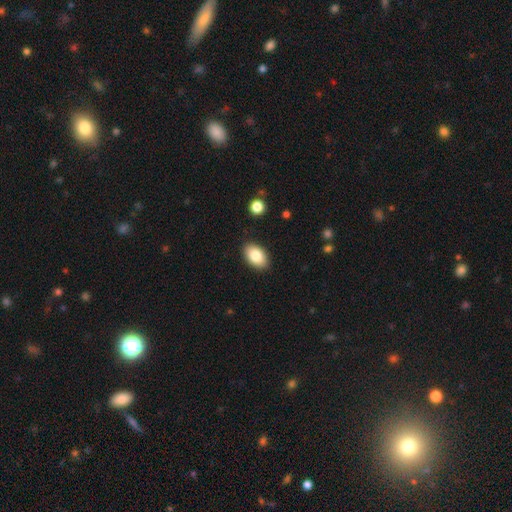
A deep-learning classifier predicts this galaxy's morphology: Overall: smooth (84%). How rounded: in between (91%). Merging: none (89%).